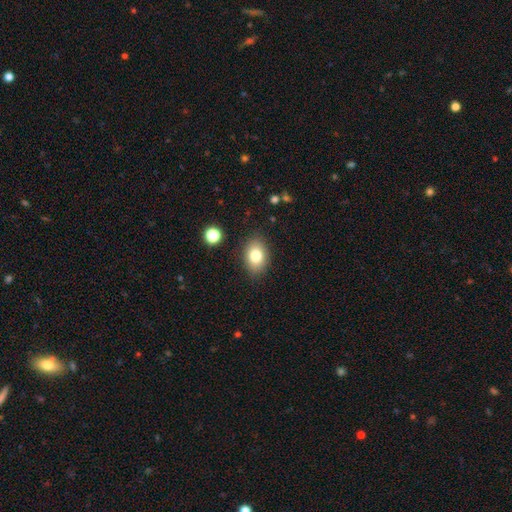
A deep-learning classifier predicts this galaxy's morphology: smooth 81%, featured or disk 10%, star or artifact 9%. Down the decision tree: how rounded — in between (80%); merging — none (86%).